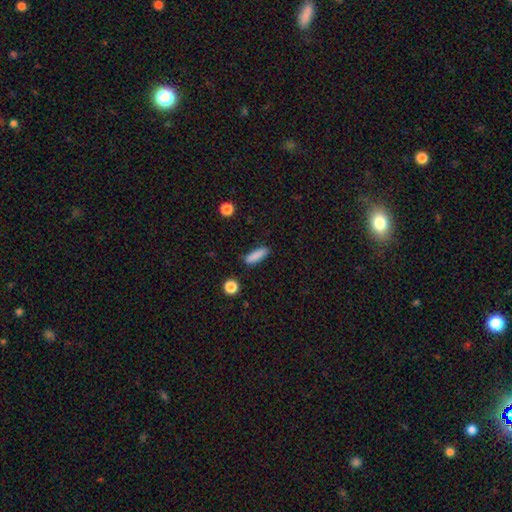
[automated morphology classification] type=smooth (86%); roundness=cigar-shaped (61%); merging=none (87%).